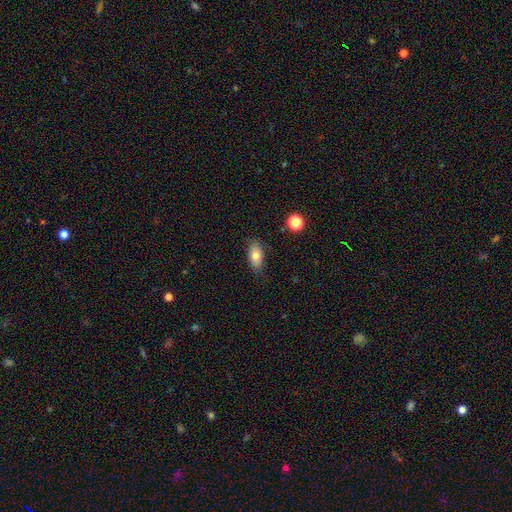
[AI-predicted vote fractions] Overall: smooth (76%). How rounded: in between (88%). Merging: none (83%).